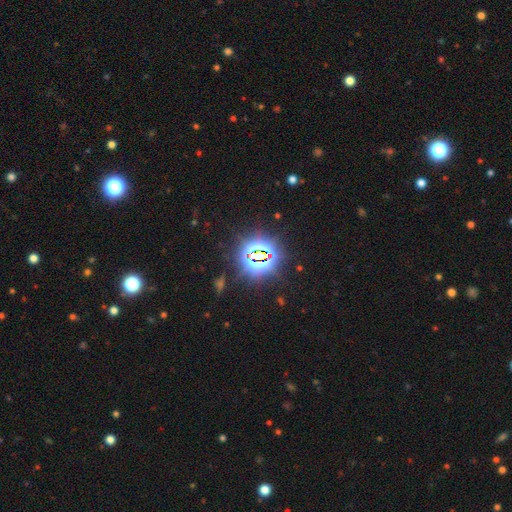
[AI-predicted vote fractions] Smooth or featured? star or artifact (81%)